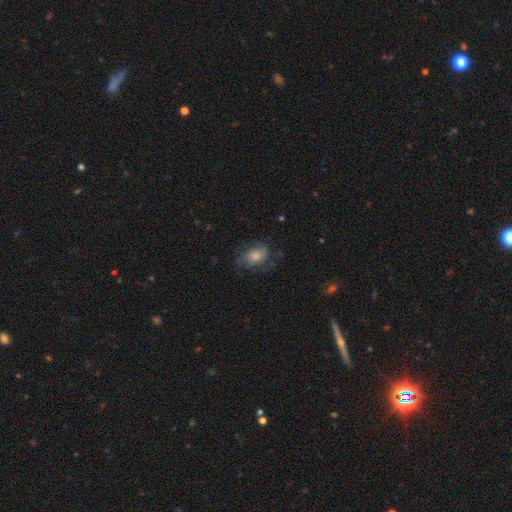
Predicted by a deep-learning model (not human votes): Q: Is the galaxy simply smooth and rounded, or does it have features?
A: featured or disk — 50%.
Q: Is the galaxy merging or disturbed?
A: none — 63%.